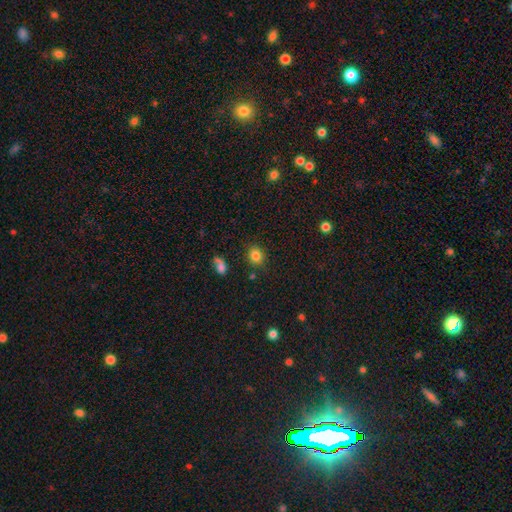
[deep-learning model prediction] Morphology: type=smooth (82%); roundness=round (67%); merging=none (83%).